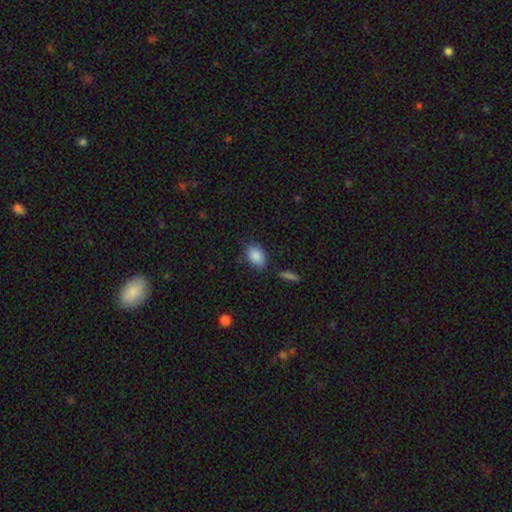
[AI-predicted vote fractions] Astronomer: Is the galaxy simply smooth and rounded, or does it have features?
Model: smooth — 86%.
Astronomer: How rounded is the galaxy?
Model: in between — 85%.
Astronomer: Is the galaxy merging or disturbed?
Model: none — 78%.